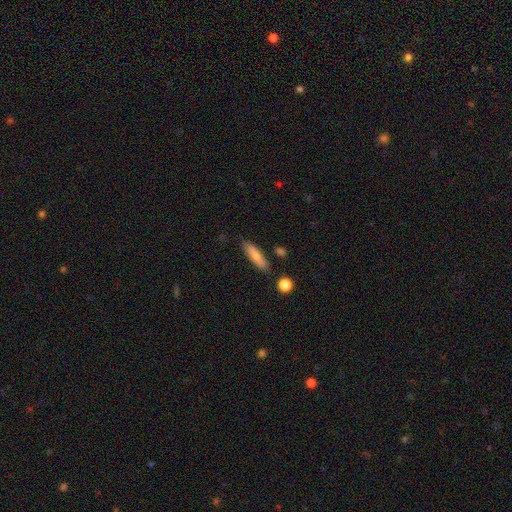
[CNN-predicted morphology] Smooth or featured?
  - smooth: 75% *
  - featured or disk: 19%
  - star or artifact: 7%
How rounded?
  - cigar-shaped: 71% *
  - in between: 27%
  - round: 2%
Merging?
  - none: 81% *
  - minor disturbance: 13%
  - merger: 3%
  - major disturbance: 3%